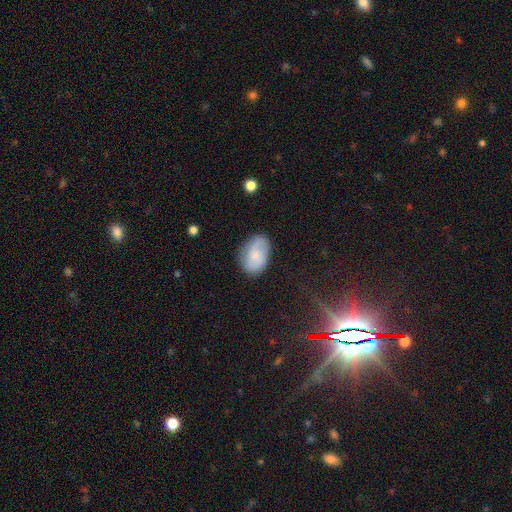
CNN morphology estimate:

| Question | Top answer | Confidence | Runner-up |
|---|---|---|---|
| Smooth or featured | smooth | 54% | featured or disk (38%) |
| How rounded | in between | 84% | round (14%) |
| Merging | none | 73% | minor disturbance (20%) |